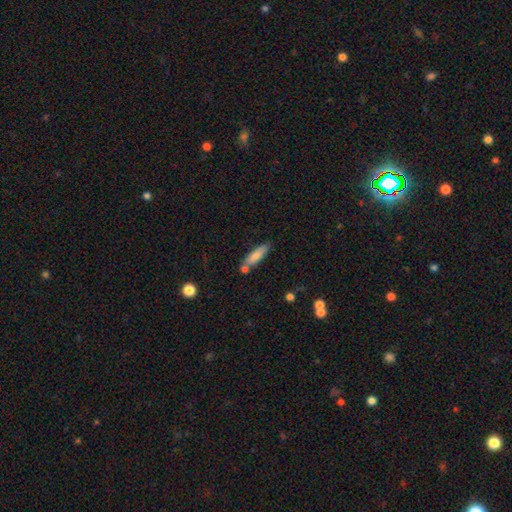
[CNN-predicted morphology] This is likely a smooth galaxy (79%). How rounded: likely cigar-shaped (69%). Merging: likely none (66%).